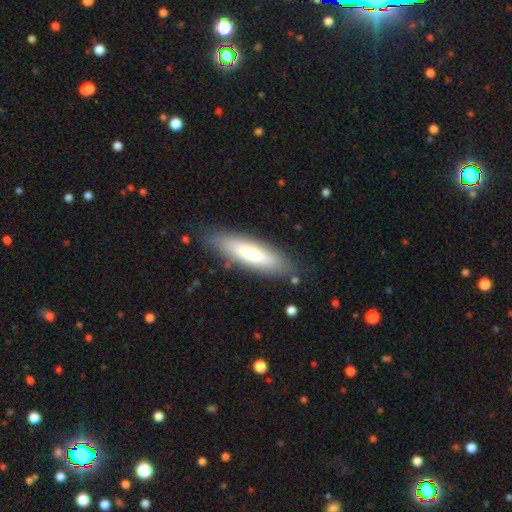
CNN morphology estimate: Smooth or featured? Predicted: smooth (p=0.69). How rounded? Predicted: cigar-shaped (p=0.66). Merging? Predicted: none (p=0.85).